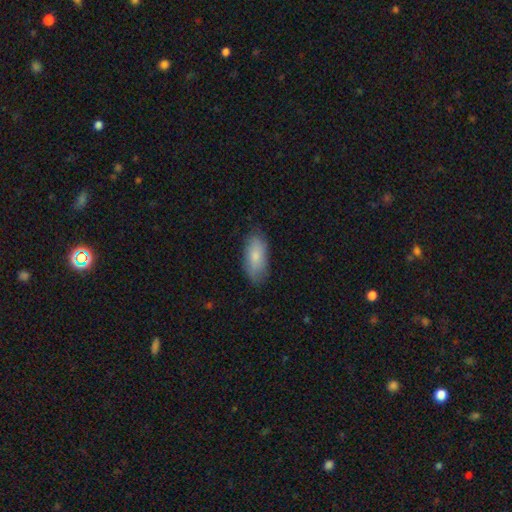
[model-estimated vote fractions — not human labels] The model was most divided on "merging": none: 79%, minor disturbance: 16%, major disturbance: 3%, merger: 1%. More confident: how rounded — in between (87%); smooth or featured — smooth (80%).